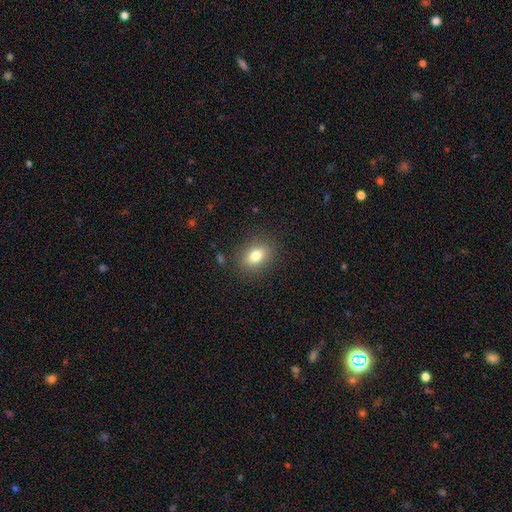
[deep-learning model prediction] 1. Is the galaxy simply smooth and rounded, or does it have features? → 80% smooth, 10% star or artifact, 10% featured or disk.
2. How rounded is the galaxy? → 72% in between, 27% round, 1% cigar-shaped.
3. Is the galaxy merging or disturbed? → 86% none, 9% minor disturbance, 3% major disturbance, 1% merger.